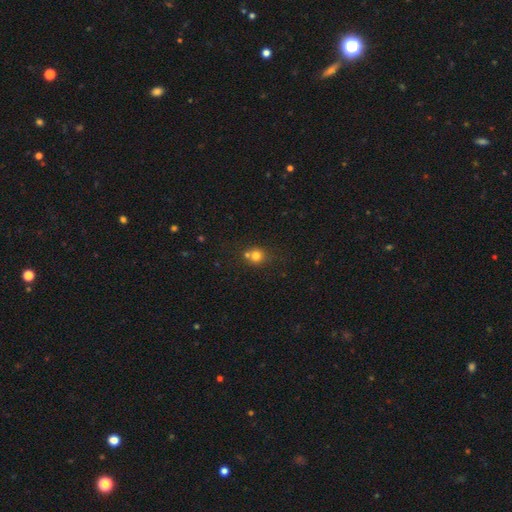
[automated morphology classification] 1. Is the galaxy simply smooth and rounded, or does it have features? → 76% smooth, 14% star or artifact, 10% featured or disk.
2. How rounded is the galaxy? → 85% round, 14% in between, 1% cigar-shaped.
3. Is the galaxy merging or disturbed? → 54% none, 33% merger, 9% minor disturbance, 4% major disturbance.